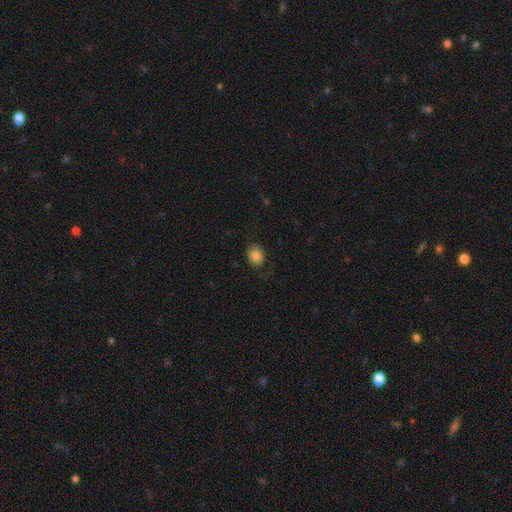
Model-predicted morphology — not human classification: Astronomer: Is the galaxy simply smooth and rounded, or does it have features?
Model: smooth — 82%.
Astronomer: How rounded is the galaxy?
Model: round — 51% (runner-up: in between, 48%).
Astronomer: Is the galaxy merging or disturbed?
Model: none — 68%.